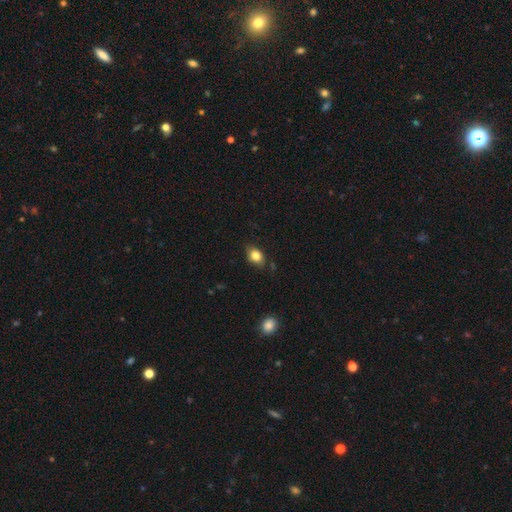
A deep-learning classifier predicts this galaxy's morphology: A smooth galaxy with no disk features (82%) that is in between round and cigar-shaped (75%).

Vote fractions:
- Smooth or featured? smooth: 82% / featured or disk: 9% / star or artifact: 9%
- How rounded? in between: 75% / round: 23% / cigar-shaped: 2%
- Merging? none: 77% / minor disturbance: 18% / major disturbance: 3% / merger: 2%